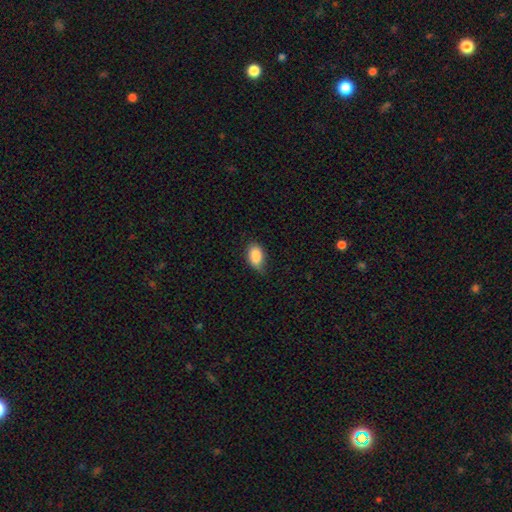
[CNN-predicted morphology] smooth-or-featured: smooth: 87% | star or artifact: 7% | featured or disk: 6%
  how-rounded: in between: 90% | round: 8% | cigar-shaped: 2%
  merging: none: 64% | minor disturbance: 30% | major disturbance: 5% | merger: 1%